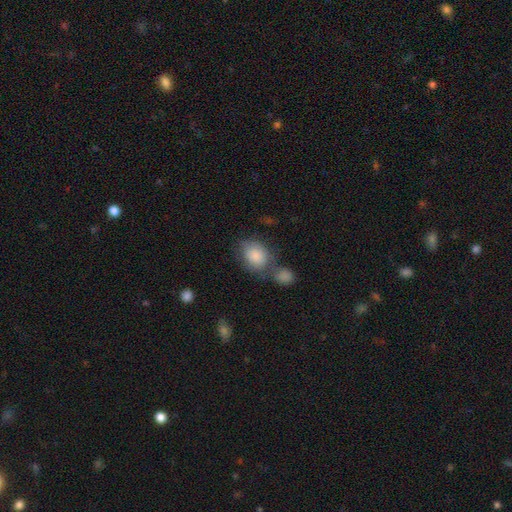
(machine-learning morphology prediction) The model was most divided on "merging": none: 43%, merger: 32%, minor disturbance: 17%, major disturbance: 8%. More confident: smooth or featured — smooth (85%); how rounded — in between (64%).